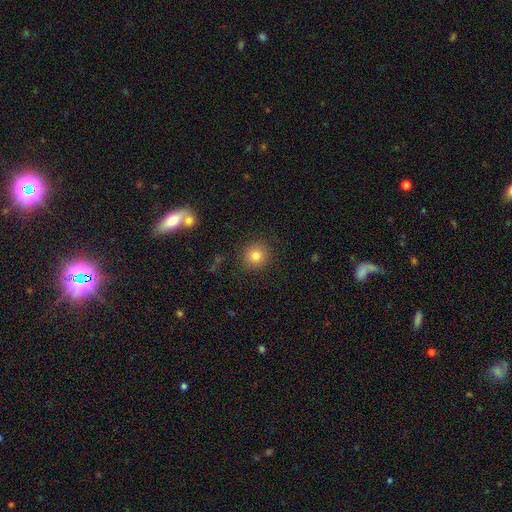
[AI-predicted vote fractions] Smooth or featured? smooth (81%)
How rounded? round (91%)
Merging? none (89%)